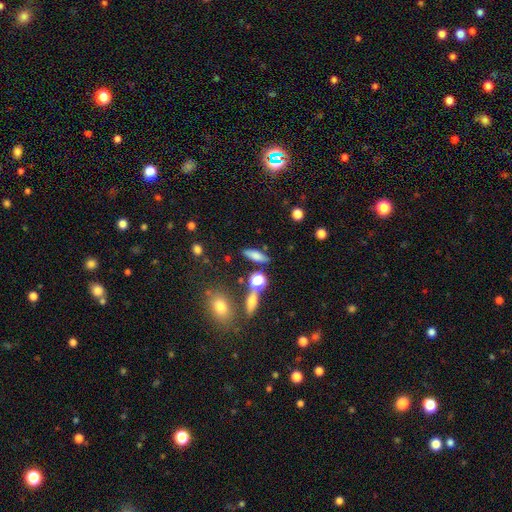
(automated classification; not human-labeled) Smooth or featured?
  - smooth: 69% *
  - featured or disk: 19%
  - star or artifact: 12%
How rounded?
  - cigar-shaped: 52% *
  - in between: 42%
  - round: 7%
Merging?
  - none: 76% *
  - minor disturbance: 11%
  - merger: 8%
  - major disturbance: 4%